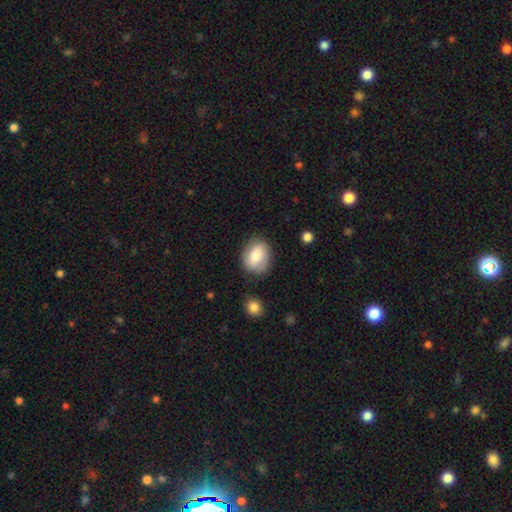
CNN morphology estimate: A smooth galaxy with no disk features (75%) that is in between round and cigar-shaped (58%).

Vote fractions:
- Smooth or featured? smooth: 75% / featured or disk: 17% / star or artifact: 7%
- How rounded? in between: 58% / round: 41% / cigar-shaped: 1%
- Merging? none: 76% / minor disturbance: 17% / major disturbance: 5% / merger: 3%